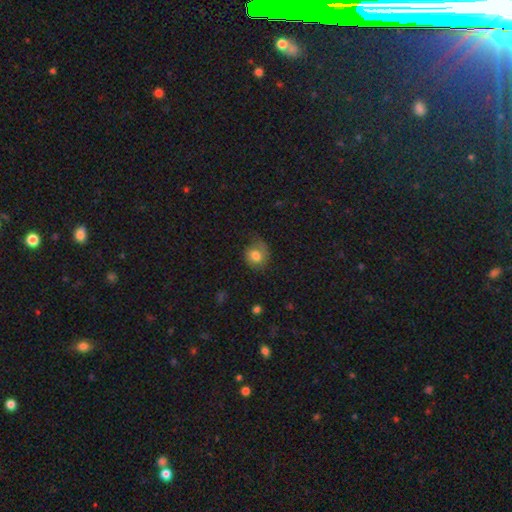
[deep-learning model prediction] Q: Smooth or featured?
A: smooth (75%); runner-up: featured or disk (16%)
Q: How rounded?
A: round (75%); runner-up: in between (24%)
Q: Merging?
A: none (57%); runner-up: minor disturbance (27%)